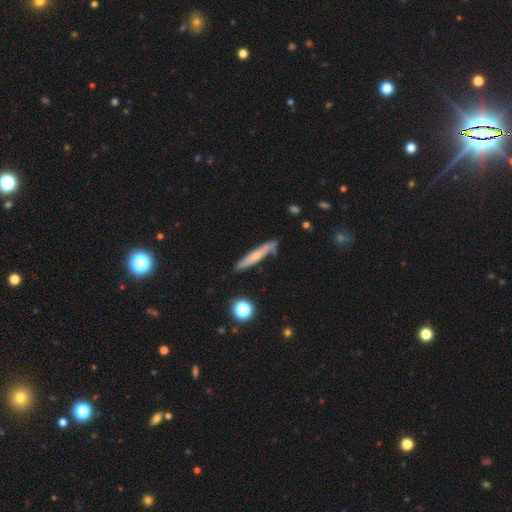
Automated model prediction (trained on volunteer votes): Smooth or featured: smooth — 53% (featured or disk — 40%)
How rounded: cigar-shaped — 92% (in between — 6%)
Merging: none — 71% (minor disturbance — 19%)